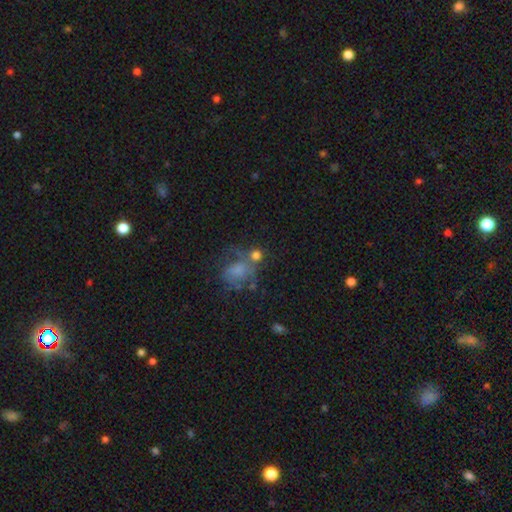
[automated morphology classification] Smooth or featured? Predicted: smooth (p=0.60). How rounded? Predicted: round (p=0.70). Merging? Predicted: none (p=0.39).